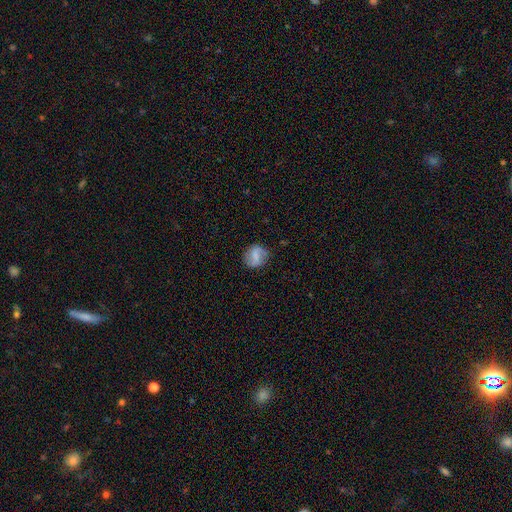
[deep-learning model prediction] featured or disk 48%, smooth 43%, star or artifact 9%. Down the decision tree: merging — none (77%).